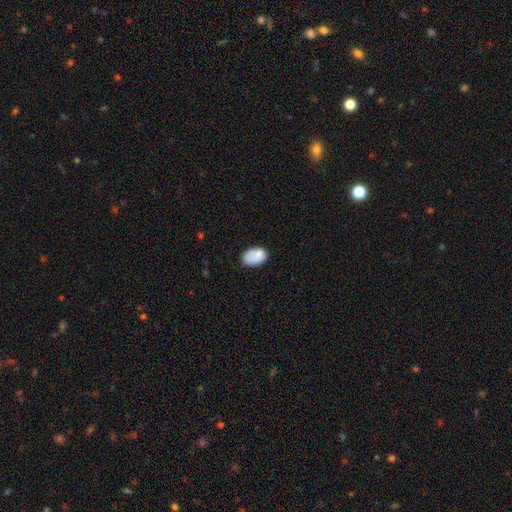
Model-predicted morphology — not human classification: smooth_or_featured: smooth (p=0.83) [alt: featured or disk p=0.10]
how_rounded: in between (p=0.91) [alt: round p=0.08]
merging: none (p=0.63) [alt: minor disturbance p=0.25]